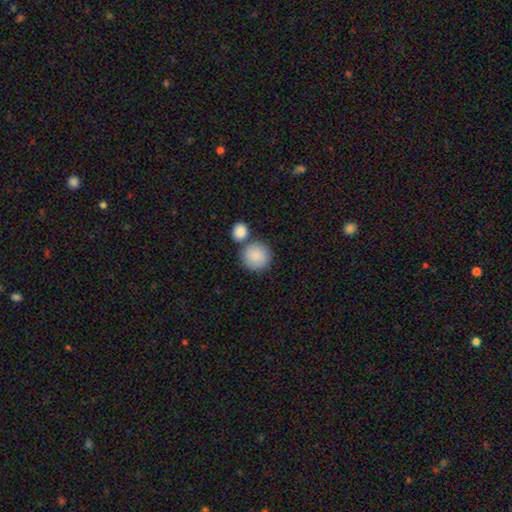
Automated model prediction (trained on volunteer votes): A smooth galaxy with no disk features (89%) that is round (92%). Merging: none (66%).